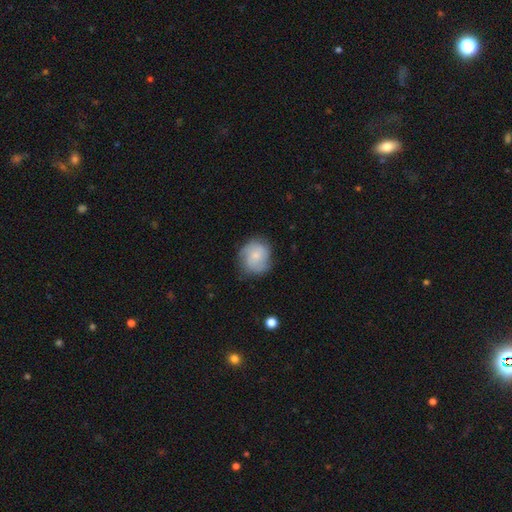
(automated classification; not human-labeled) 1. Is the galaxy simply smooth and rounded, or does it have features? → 50% featured or disk, 43% smooth, 7% star or artifact.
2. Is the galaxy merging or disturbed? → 72% none, 20% minor disturbance, 6% major disturbance, 1% merger.